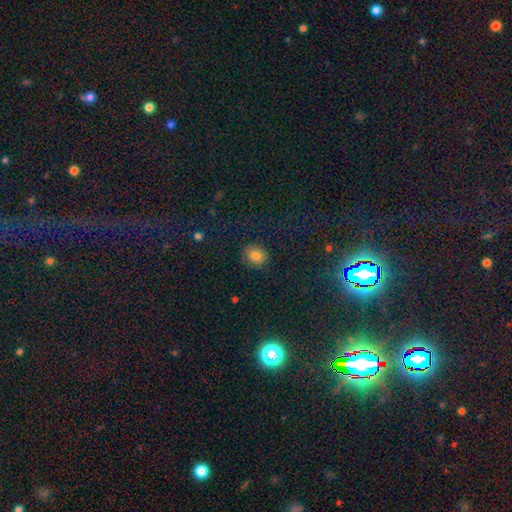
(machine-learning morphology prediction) smooth-or-featured: smooth: 80% | star or artifact: 13% | featured or disk: 8%
  how-rounded: round: 70% | in between: 29% | cigar-shaped: 1%
  merging: none: 84% | minor disturbance: 12% | major disturbance: 3% | merger: 1%